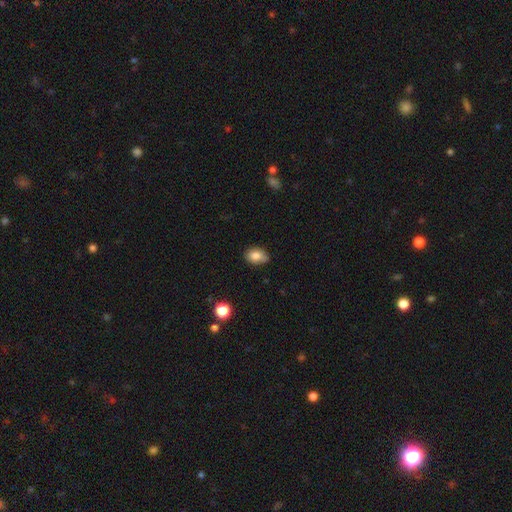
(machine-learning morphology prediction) Smooth or featured: smooth — 81% (star or artifact — 10%)
How rounded: in between — 72% (round — 27%)
Merging: none — 68% (minor disturbance — 26%)